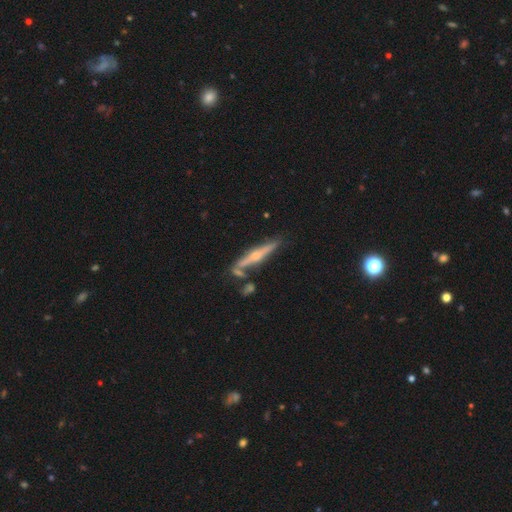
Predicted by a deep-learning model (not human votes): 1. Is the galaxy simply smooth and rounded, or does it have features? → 73% featured or disk, 21% smooth, 6% star or artifact.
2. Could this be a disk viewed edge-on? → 96% yes, 4% no.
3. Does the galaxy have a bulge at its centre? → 86% rounded, 9% none, 5% boxy.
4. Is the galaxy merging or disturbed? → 70% none, 14% minor disturbance, 12% merger, 4% major disturbance.